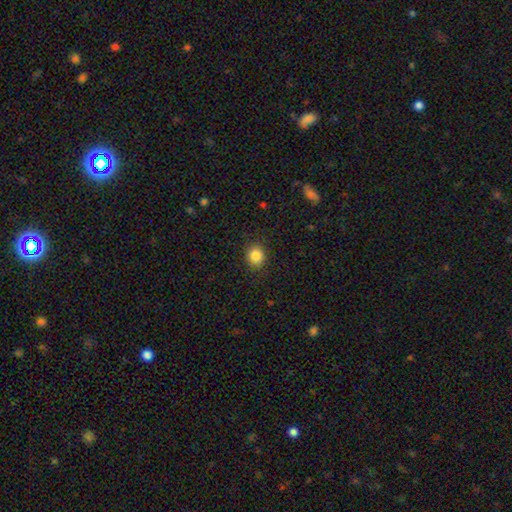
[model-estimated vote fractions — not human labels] Smooth or featured? Predicted: smooth (p=0.86). How rounded? Predicted: round (p=0.80). Merging? Predicted: none (p=0.89).